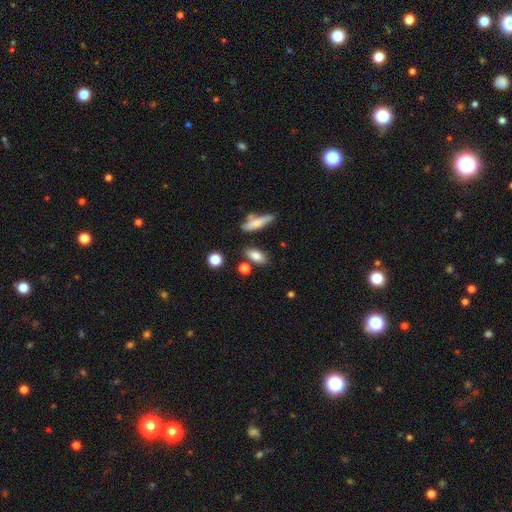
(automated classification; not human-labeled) Overall: smooth (82%). How rounded: in between (77%). Merging: none (74%).